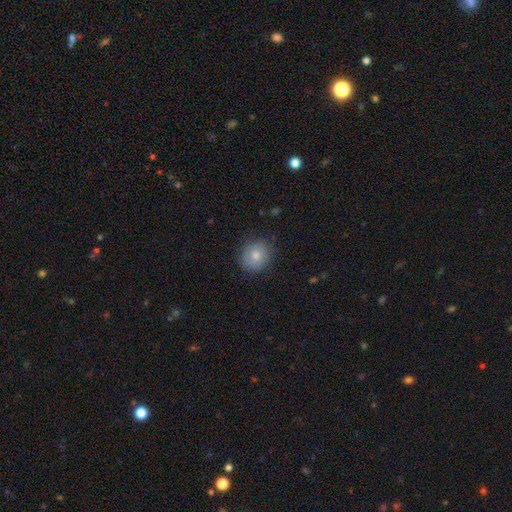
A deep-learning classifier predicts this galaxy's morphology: The model was most divided on "smooth or featured": smooth: 75%, featured or disk: 17%, star or artifact: 8%. More confident: how rounded — round (81%); merging — none (81%).